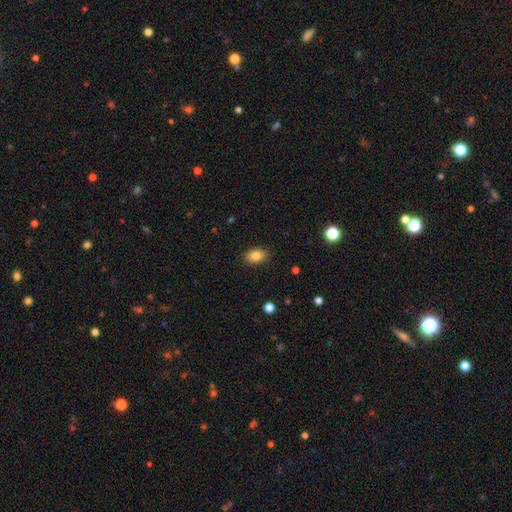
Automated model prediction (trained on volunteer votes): This appears to be a smooth galaxy with no disk features (84%) that is in between round and cigar-shaped (85%). Merging: none (88%).